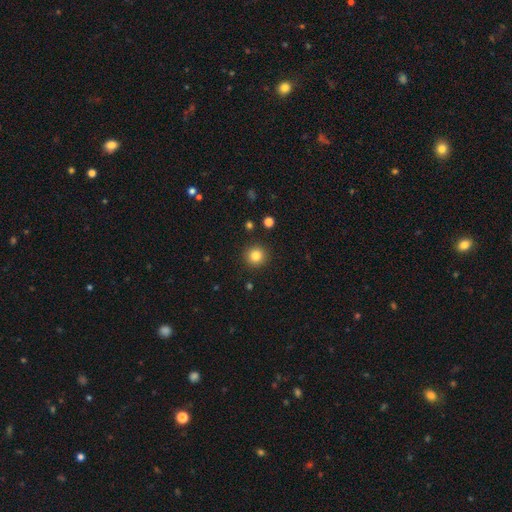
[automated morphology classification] Smooth or featured? smooth (83%)
How rounded? round (94%)
Merging? none (92%)